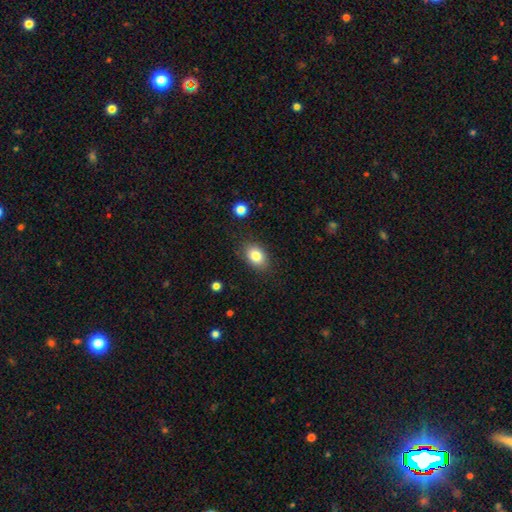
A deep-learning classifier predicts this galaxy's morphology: smooth_or_featured: smooth (p=0.82) [alt: featured or disk p=0.09]
how_rounded: in between (p=0.77) [alt: round p=0.21]
merging: none (p=0.84) [alt: minor disturbance p=0.12]